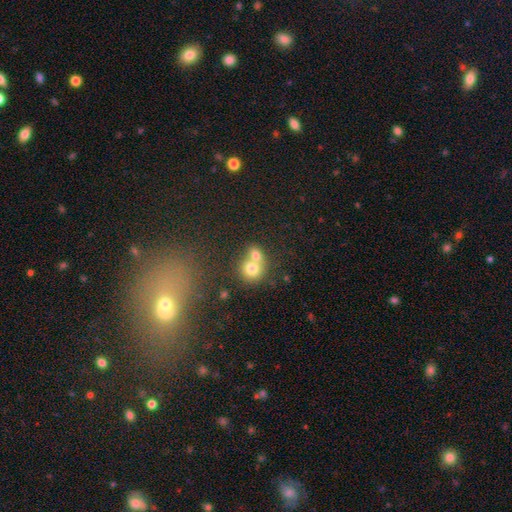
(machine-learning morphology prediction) Q: Smooth or featured?
A: smooth (72%); runner-up: featured or disk (17%)
Q: How rounded?
A: round (69%); runner-up: in between (30%)
Q: Merging?
A: merger (67%); runner-up: none (25%)